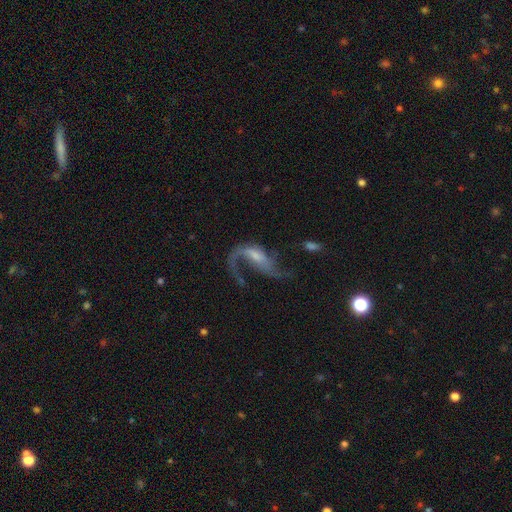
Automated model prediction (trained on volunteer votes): A featured or disk galaxy (80%) with no bar (45%), 2 (48%) loose (76%) spiral arms (88%) and a small central bulge (48%).

Vote fractions:
- Smooth or featured? featured or disk: 80% / smooth: 12% / star or artifact: 8%
- Edge-on disk? no: 96% / yes: 4%
- Bar? no: 45% / weak: 40% / strong: 15%
- Spiral arms? yes: 88% / no: 12%
- Spiral winding? loose: 76% / medium: 19% / tight: 5%
- Spiral arm count? 2: 48% / 1: 40% / can't tell: 5% / 3: 3% / 4: 2% / more than 4: 2%
- Bulge size? small: 48% / moderate: 27% / none: 18% / large: 5% / dominant: 2%
- Merging? major disturbance: 44% / none: 34% / minor disturbance: 15% / merger: 7%